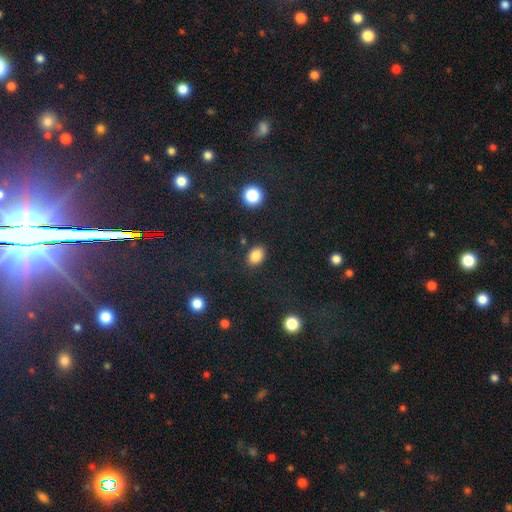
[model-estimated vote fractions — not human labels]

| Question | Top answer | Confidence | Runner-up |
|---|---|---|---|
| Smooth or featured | smooth | 84% | star or artifact (10%) |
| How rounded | in between | 66% | round (33%) |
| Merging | none | 86% | minor disturbance (9%) |